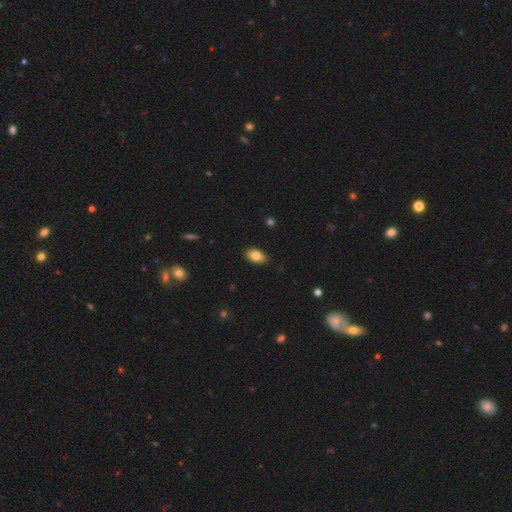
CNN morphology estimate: smooth_or_featured: smooth (p=0.80) [alt: featured or disk p=0.12]
how_rounded: in between (p=0.91) [alt: round p=0.06]
merging: none (p=0.87) [alt: minor disturbance p=0.10]